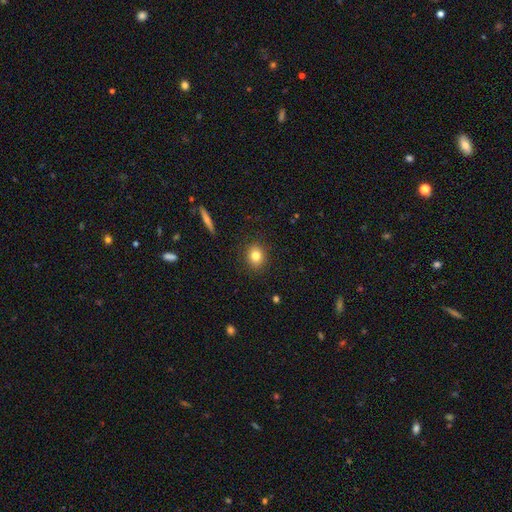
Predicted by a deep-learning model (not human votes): Morphology: type=smooth (81%); roundness=round (69%); merging=none (89%).